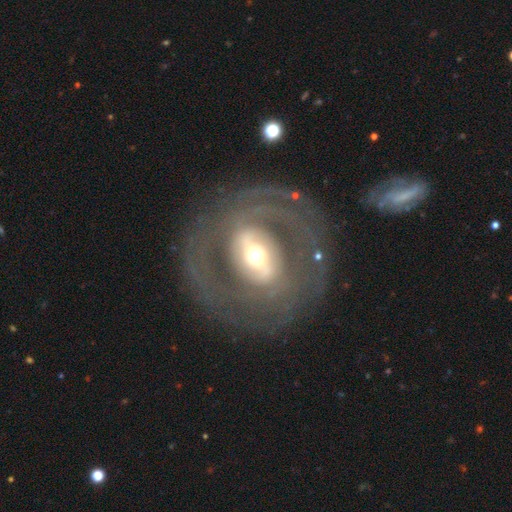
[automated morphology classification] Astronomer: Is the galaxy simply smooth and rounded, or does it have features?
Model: featured or disk — 84%.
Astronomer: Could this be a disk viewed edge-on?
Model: no — 95%.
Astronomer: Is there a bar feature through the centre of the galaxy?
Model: strong — 52% (runner-up: weak, 29%).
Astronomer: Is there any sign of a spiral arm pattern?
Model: yes — 84%.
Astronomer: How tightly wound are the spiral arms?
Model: tight — 47% (runner-up: medium, 37%).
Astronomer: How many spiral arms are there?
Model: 2 — 61%.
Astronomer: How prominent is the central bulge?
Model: moderate — 54%.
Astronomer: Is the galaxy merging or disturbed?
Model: none — 74%.